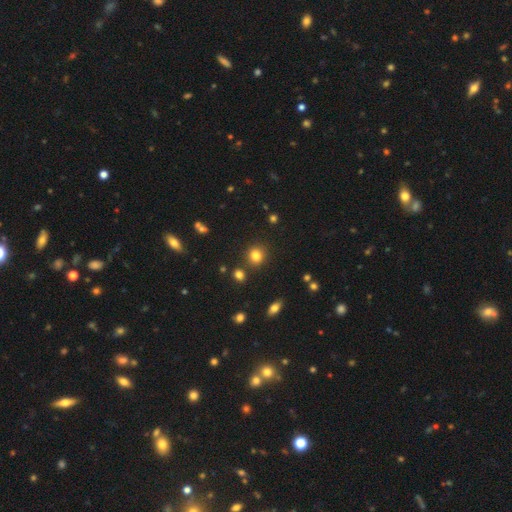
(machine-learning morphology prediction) Overall: smooth (81%). How rounded: round (86%). Merging: none (85%).